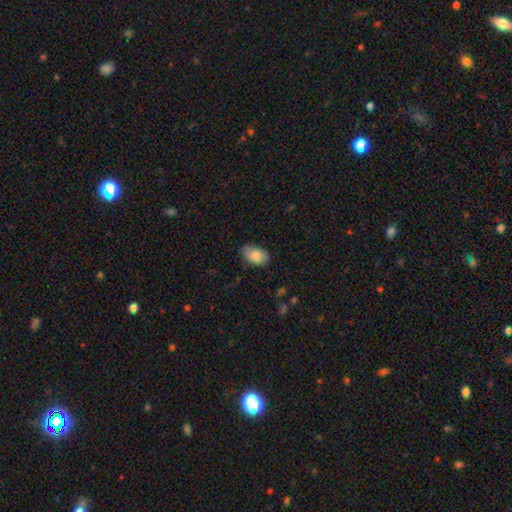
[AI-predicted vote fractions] Smooth or featured?
  - smooth: 84% *
  - featured or disk: 9%
  - star or artifact: 7%
How rounded?
  - in between: 90% *
  - round: 9%
  - cigar-shaped: 1%
Merging?
  - none: 72% *
  - minor disturbance: 23%
  - major disturbance: 4%
  - merger: 1%